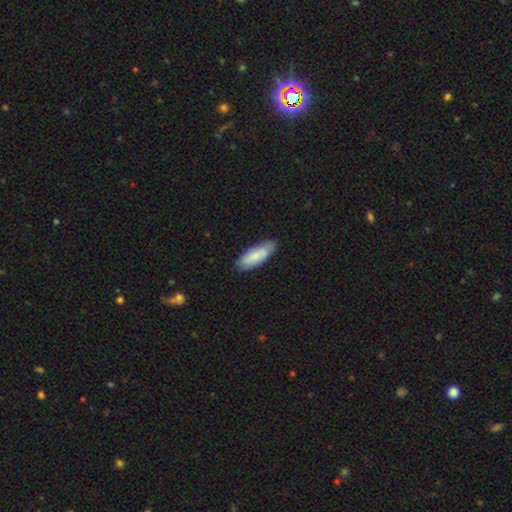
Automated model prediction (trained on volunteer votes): smooth_or_featured: smooth (p=0.79) [alt: featured or disk p=0.16]
how_rounded: in between (p=0.66) [alt: cigar-shaped p=0.33]
merging: none (p=0.81) [alt: minor disturbance p=0.15]